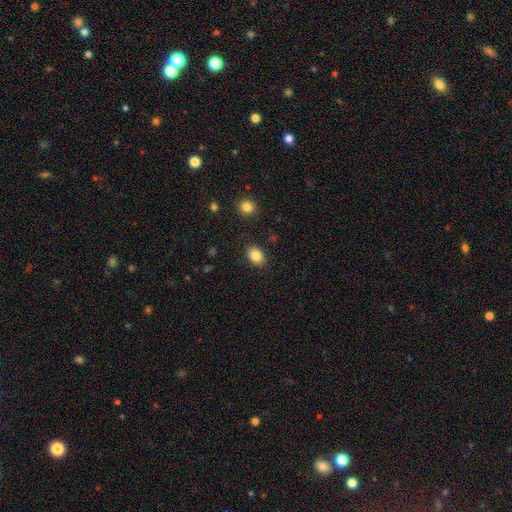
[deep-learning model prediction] Q: Smooth or featured?
A: smooth (85%); runner-up: star or artifact (8%)
Q: How rounded?
A: in between (77%); runner-up: round (22%)
Q: Merging?
A: none (87%); runner-up: minor disturbance (9%)